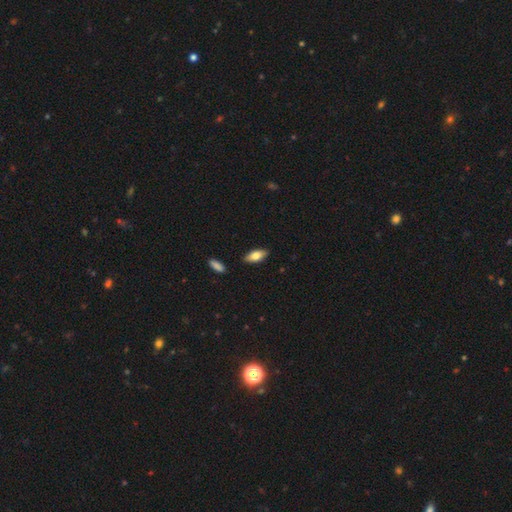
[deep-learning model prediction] Smooth or featured? smooth (78%)
How rounded? in between (86%)
Merging? none (88%)